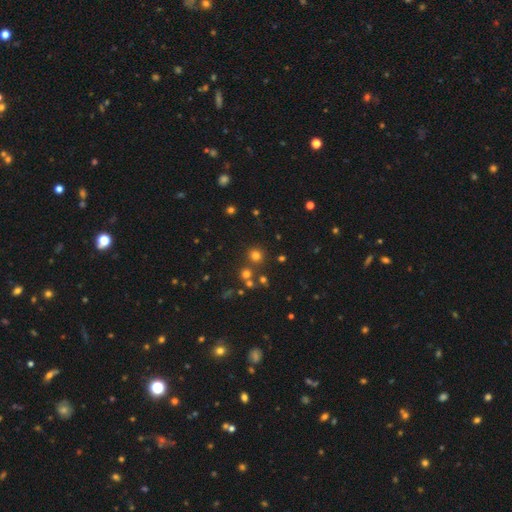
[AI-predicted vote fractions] Smooth or featured?
  - smooth: 71% *
  - star or artifact: 23%
  - featured or disk: 7%
How rounded?
  - round: 92% *
  - in between: 7%
  - cigar-shaped: 1%
Merging?
  - none: 81% *
  - merger: 9%
  - minor disturbance: 7%
  - major disturbance: 3%